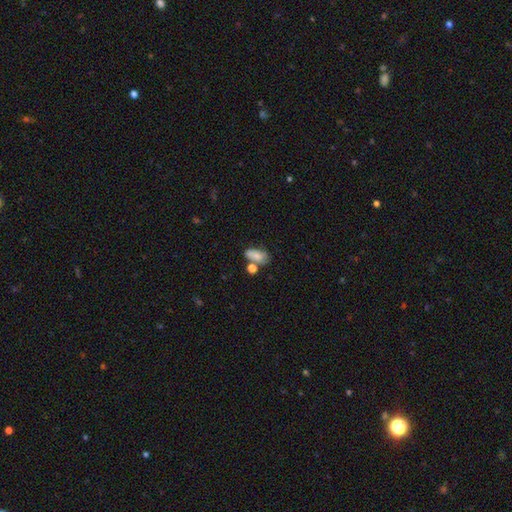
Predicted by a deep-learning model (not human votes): Morphology: type=smooth (76%); roundness=in between (86%); merging=none (46%).